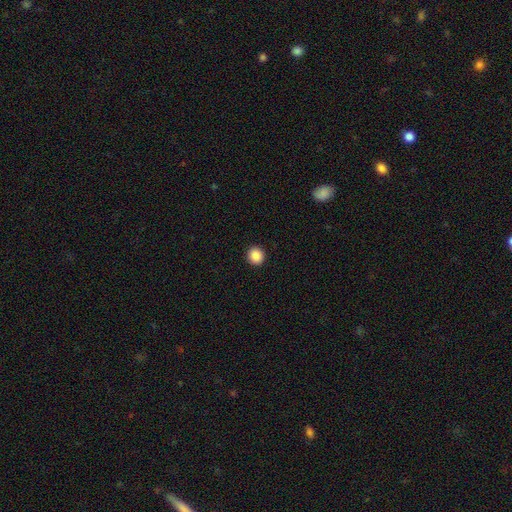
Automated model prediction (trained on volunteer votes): The model was most divided on "smooth or featured": smooth: 88%, star or artifact: 9%, featured or disk: 3%. More confident: merging — none (93%); how rounded — round (91%).